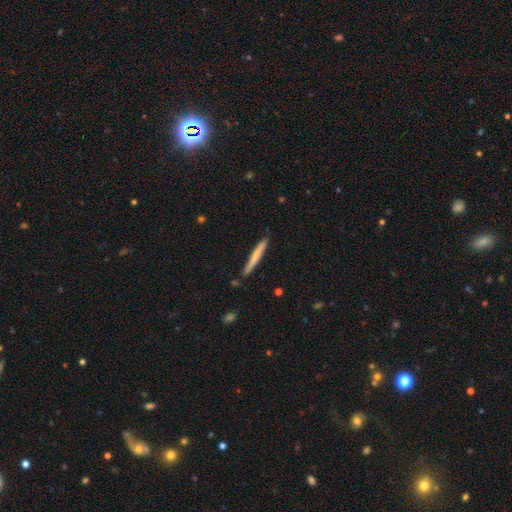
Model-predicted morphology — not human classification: smooth 63%, featured or disk 32%, star or artifact 5%. Down the decision tree: how rounded — cigar-shaped (96%); merging — none (86%).